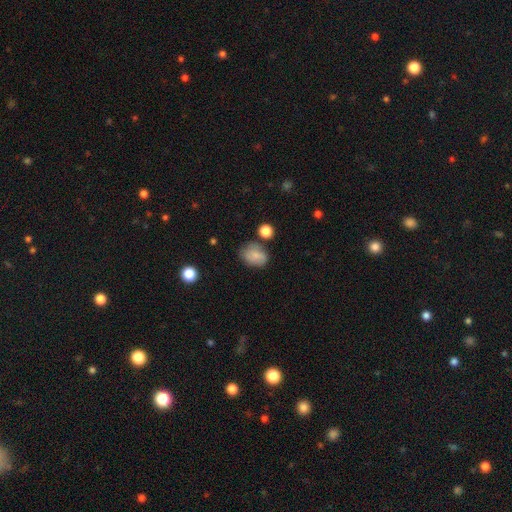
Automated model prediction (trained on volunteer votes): Morphology: type=smooth (79%); roundness=in between (64%); merging=none (65%).